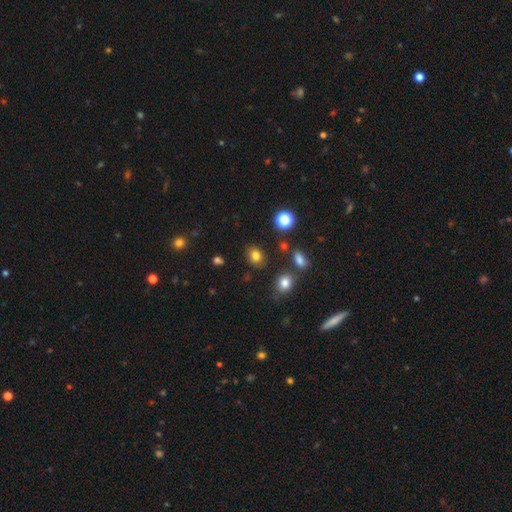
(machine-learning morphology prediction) This is clearly a smooth galaxy (81%). How rounded: possibly round (54%). Merging: clearly none (83%).